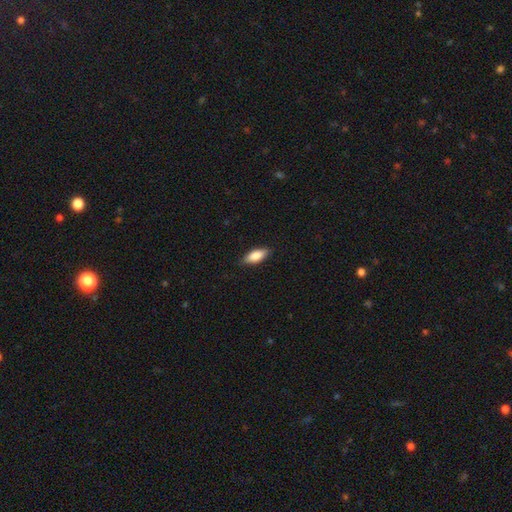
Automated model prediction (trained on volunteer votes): This appears to be a smooth galaxy with no disk features (82%) that is in between round and cigar-shaped (77%). Merging: none (84%).